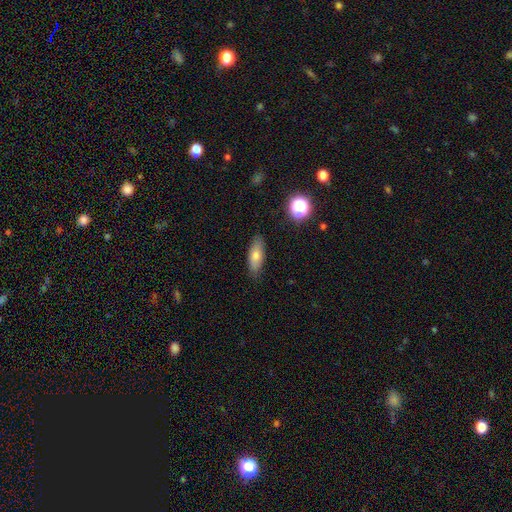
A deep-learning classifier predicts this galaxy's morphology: This is likely a smooth galaxy (72%). How rounded: likely in between (68%). Merging: clearly none (84%).